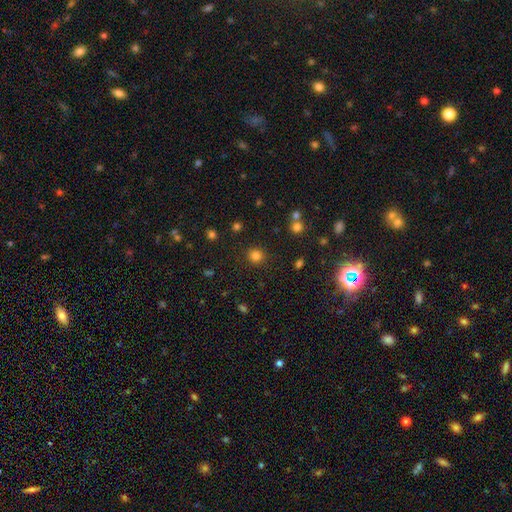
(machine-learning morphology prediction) type=smooth (81%); roundness=round (90%); merging=none (89%).